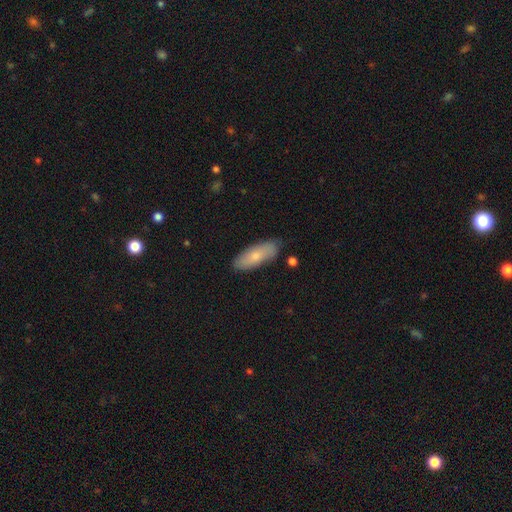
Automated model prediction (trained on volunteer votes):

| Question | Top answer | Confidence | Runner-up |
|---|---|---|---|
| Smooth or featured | smooth | 72% | featured or disk (22%) |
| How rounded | in between | 70% | cigar-shaped (27%) |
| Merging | none | 82% | minor disturbance (14%) |